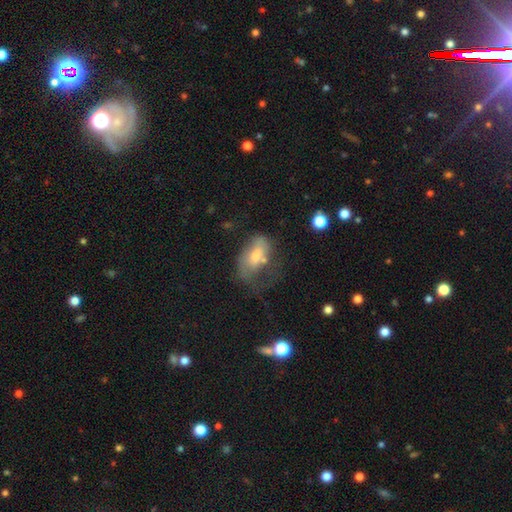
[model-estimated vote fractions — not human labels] Smooth or featured: smooth — 52% (featured or disk — 37%)
How rounded: in between — 87% (round — 8%)
Merging: major disturbance — 37% (none — 29%)